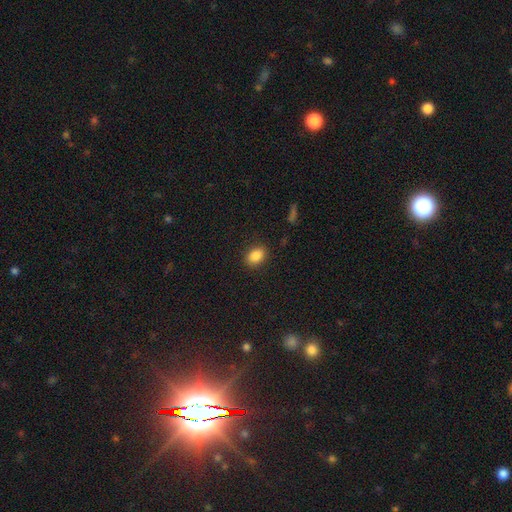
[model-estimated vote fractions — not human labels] Smooth or featured?
  - smooth: 86% *
  - star or artifact: 9%
  - featured or disk: 5%
How rounded?
  - in between: 72% *
  - round: 27%
  - cigar-shaped: 1%
Merging?
  - none: 88% *
  - minor disturbance: 8%
  - major disturbance: 2%
  - merger: 1%